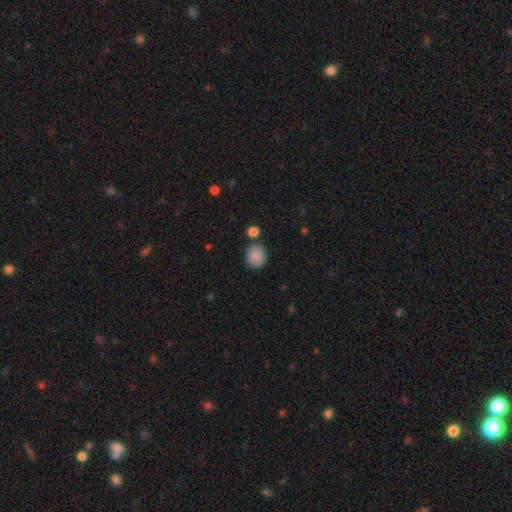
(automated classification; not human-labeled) A smooth galaxy with no disk features (87%) that is round (75%). Merging: none (74%).